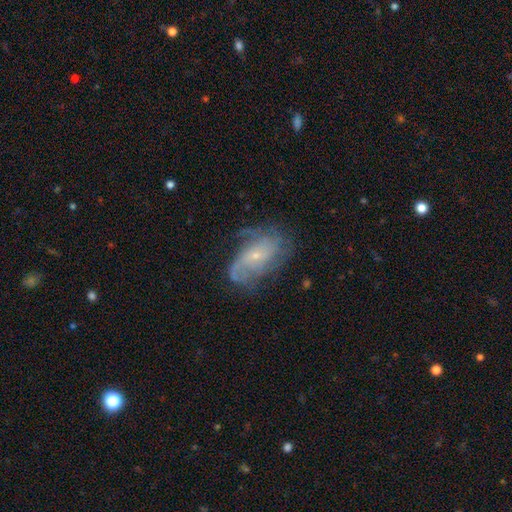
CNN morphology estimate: This appears to be a featured or disk galaxy (76%) with no bar (66%), 2 (36%) medium (41%) spiral arms (91%) and a small central bulge (77%). Merging: none (62%).